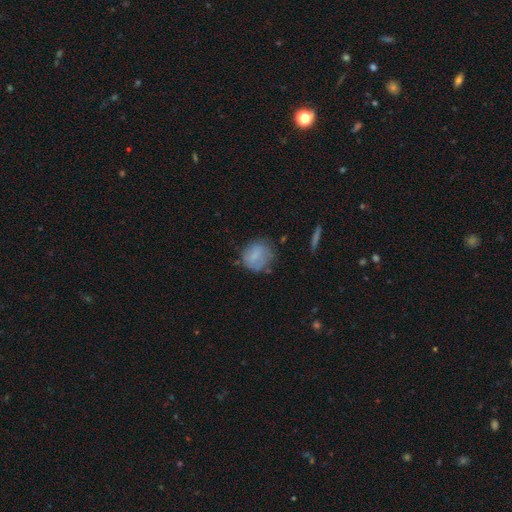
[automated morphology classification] Smooth or featured?
  - smooth: 65% *
  - featured or disk: 27%
  - star or artifact: 9%
How rounded?
  - round: 76% *
  - in between: 23%
  - cigar-shaped: 1%
Merging?
  - none: 56% *
  - minor disturbance: 28%
  - major disturbance: 13%
  - merger: 3%